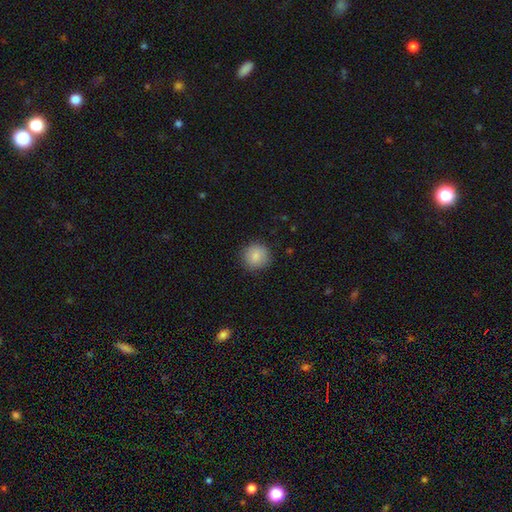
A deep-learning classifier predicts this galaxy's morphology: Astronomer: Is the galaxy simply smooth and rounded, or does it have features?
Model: smooth — 85%.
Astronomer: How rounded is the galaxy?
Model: round — 92%.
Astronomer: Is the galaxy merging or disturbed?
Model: none — 86%.